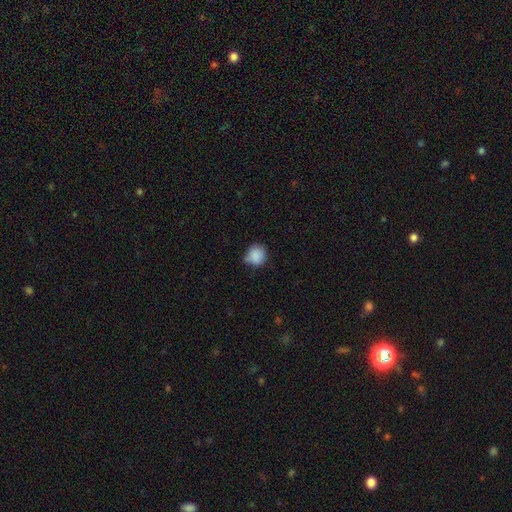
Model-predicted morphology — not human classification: smooth_or_featured: smooth (p=0.87) [alt: star or artifact p=0.08]
how_rounded: round (p=0.79) [alt: in between p=0.20]
merging: none (p=0.57) [alt: minor disturbance p=0.33]